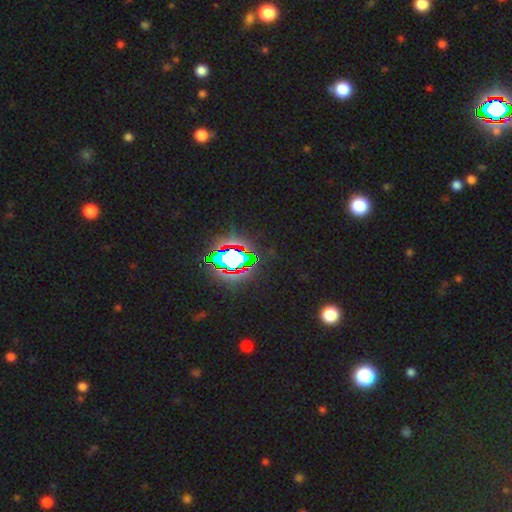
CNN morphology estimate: This is clearly a star or artifact rather than a galaxy (83%).